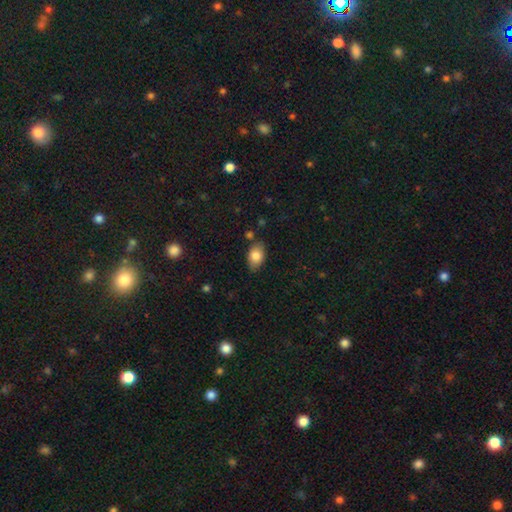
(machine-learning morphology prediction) A smooth galaxy with no disk features (82%) that is in between round and cigar-shaped (88%).

Vote fractions:
- Smooth or featured? smooth: 82% / featured or disk: 10% / star or artifact: 8%
- How rounded? in between: 88% / round: 11% / cigar-shaped: 2%
- Merging? none: 77% / minor disturbance: 16% / merger: 3% / major disturbance: 3%